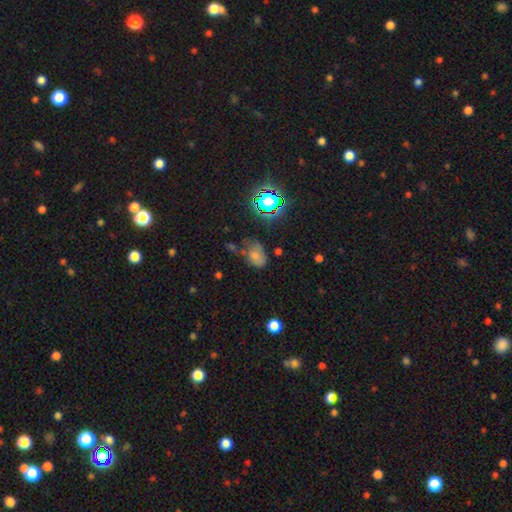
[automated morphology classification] Overall: smooth (62%; star or artifact 22%). How rounded: in between (77%). Merging: none (38%; minor disturbance 31%).